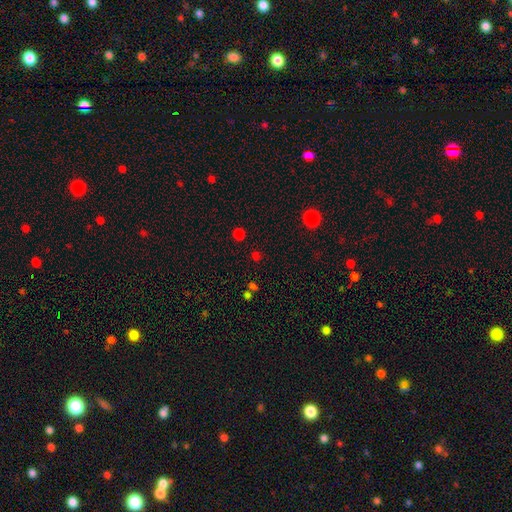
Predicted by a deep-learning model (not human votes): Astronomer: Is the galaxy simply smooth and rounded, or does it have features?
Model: smooth — 58% (runner-up: star or artifact, 37%).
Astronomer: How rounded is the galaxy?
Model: round — 84%.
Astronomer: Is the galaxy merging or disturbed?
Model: none — 79%.